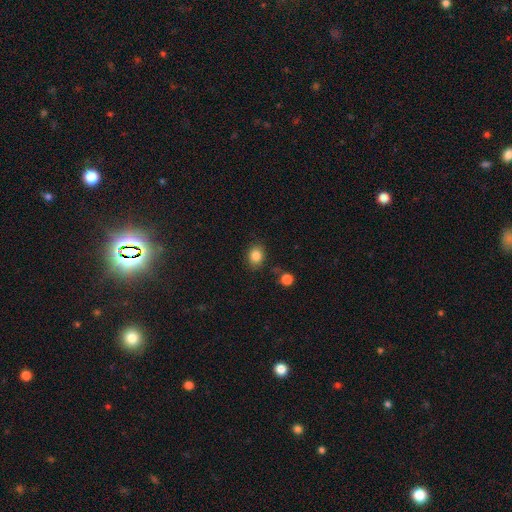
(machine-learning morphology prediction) type=smooth (85%); roundness=round (54%); merging=none (81%).